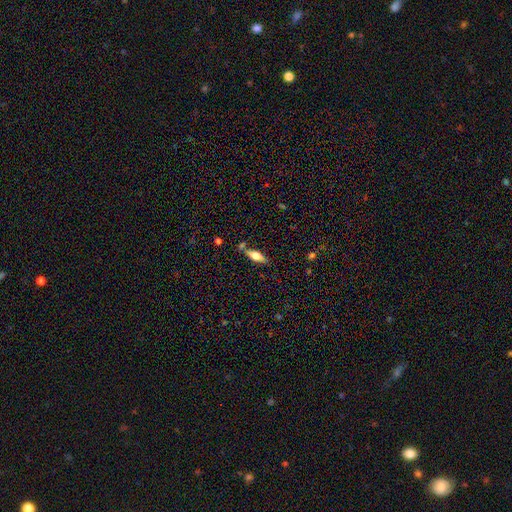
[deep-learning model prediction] The model was most divided on "smooth or featured": smooth: 49%, featured or disk: 44%, star or artifact: 7%. More confident: merging — none (74%).